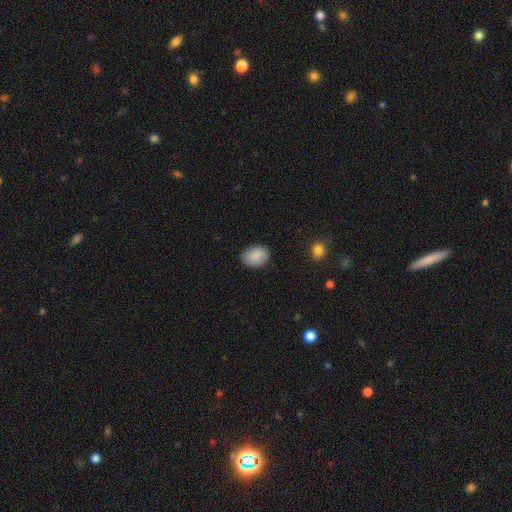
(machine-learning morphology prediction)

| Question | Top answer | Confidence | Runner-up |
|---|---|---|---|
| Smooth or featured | smooth | 88% | star or artifact (7%) |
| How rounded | in between | 71% | round (28%) |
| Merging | none | 86% | minor disturbance (10%) |